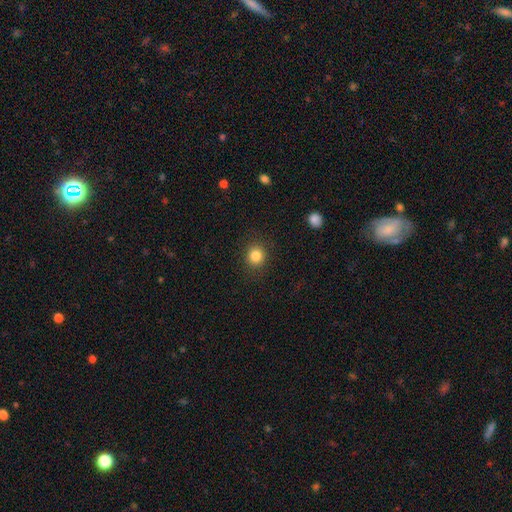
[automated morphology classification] Smooth or featured?
  - smooth: 84% *
  - star or artifact: 11%
  - featured or disk: 5%
How rounded?
  - round: 87% *
  - in between: 12%
  - cigar-shaped: 1%
Merging?
  - none: 90% *
  - minor disturbance: 7%
  - major disturbance: 3%
  - merger: 1%